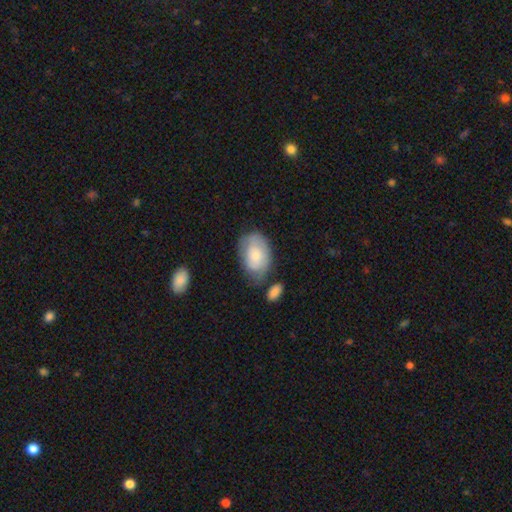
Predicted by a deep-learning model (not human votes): smooth-or-featured: smooth: 61% | featured or disk: 33% | star or artifact: 6%
  how-rounded: in between: 87% | round: 12% | cigar-shaped: 1%
  merging: none: 57% | minor disturbance: 26% | major disturbance: 9% | merger: 8%